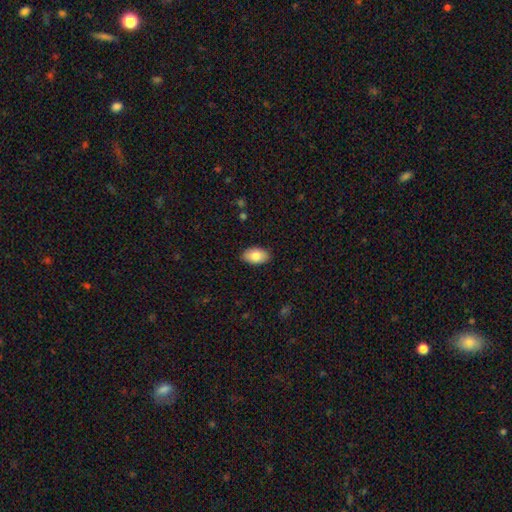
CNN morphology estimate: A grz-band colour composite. It shows a smooth galaxy with no disk features (83%) that is in between round and cigar-shaped (93%). Merging: none (88%).